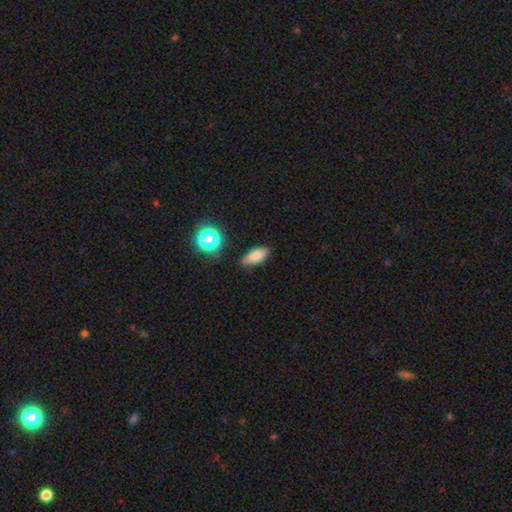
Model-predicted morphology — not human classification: Q: Smooth or featured?
A: smooth (82%); runner-up: star or artifact (11%)
Q: How rounded?
A: in between (78%); runner-up: cigar-shaped (16%)
Q: Merging?
A: none (80%); runner-up: minor disturbance (15%)